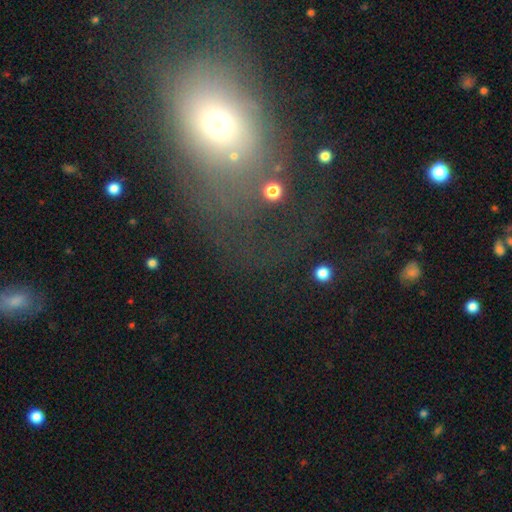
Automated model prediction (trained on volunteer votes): A smooth galaxy with no disk features (51%) that is in between round and cigar-shaped (53%). Merging: none (43%).